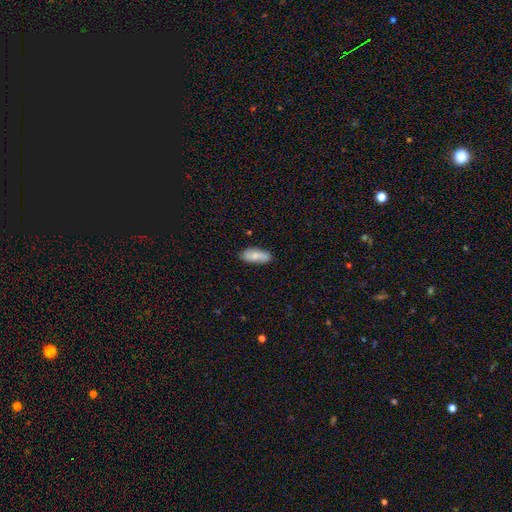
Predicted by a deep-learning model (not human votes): Overall: smooth (72%). How rounded: in between (81%). Merging: none (78%).